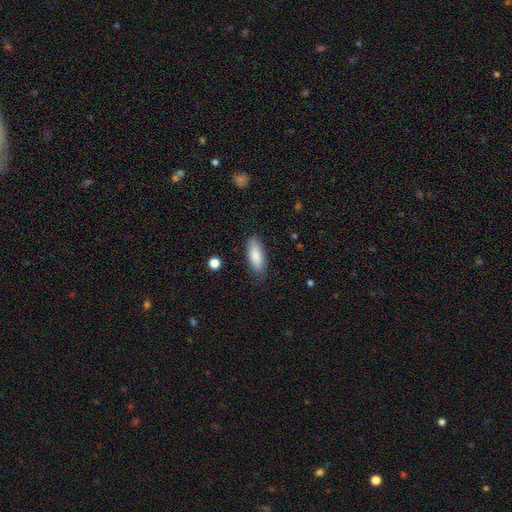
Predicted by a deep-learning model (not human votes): Smooth or featured: smooth — 86% (featured or disk — 8%)
How rounded: in between — 73% (cigar-shaped — 26%)
Merging: none — 82% (minor disturbance — 14%)